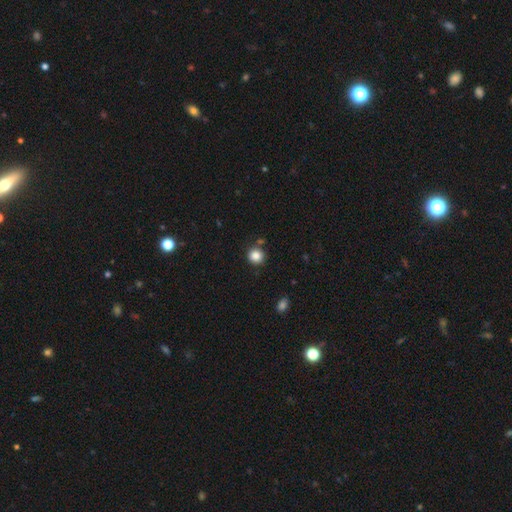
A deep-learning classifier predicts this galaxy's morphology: smooth-or-featured: smooth: 85% | star or artifact: 11% | featured or disk: 4%
  how-rounded: round: 90% | in between: 9% | cigar-shaped: 1%
  merging: none: 83% | minor disturbance: 9% | merger: 6% | major disturbance: 3%